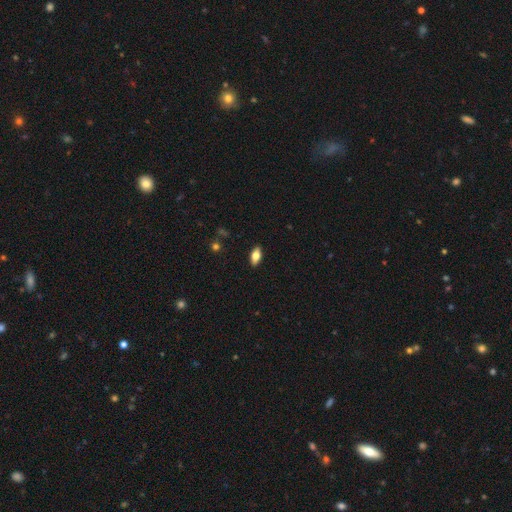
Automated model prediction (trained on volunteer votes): Smooth or featured: smooth — 72% (featured or disk — 21%)
How rounded: in between — 87% (cigar-shaped — 9%)
Merging: none — 89% (minor disturbance — 8%)